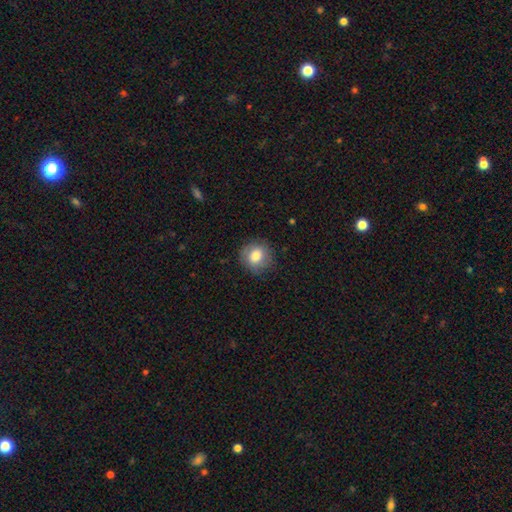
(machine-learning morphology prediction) type=smooth (78%); roundness=round (86%); merging=none (83%).